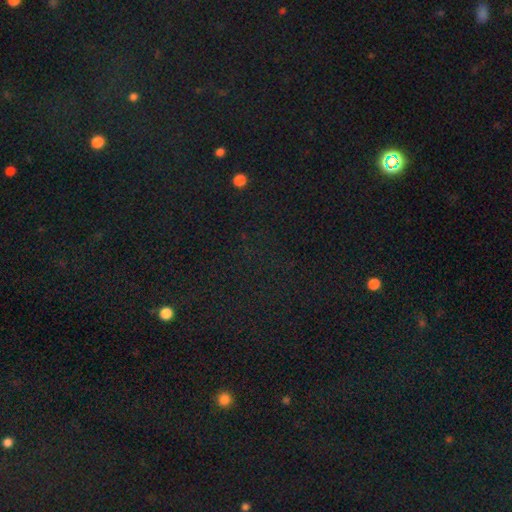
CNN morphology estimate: Overall: star or artifact (74%).